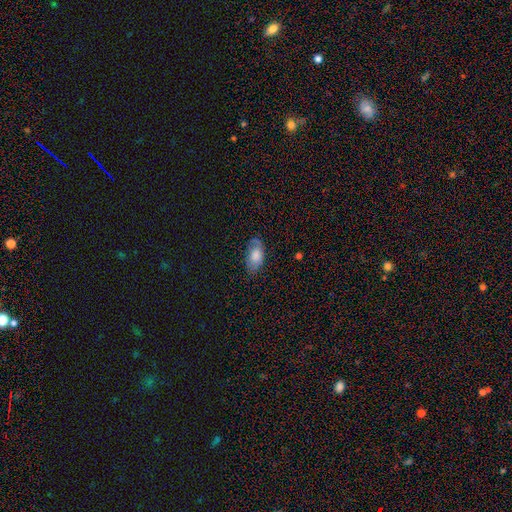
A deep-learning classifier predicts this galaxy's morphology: smooth 71%, featured or disk 21%, star or artifact 8%. Down the decision tree: how rounded — in between (92%); merging — none (66%).